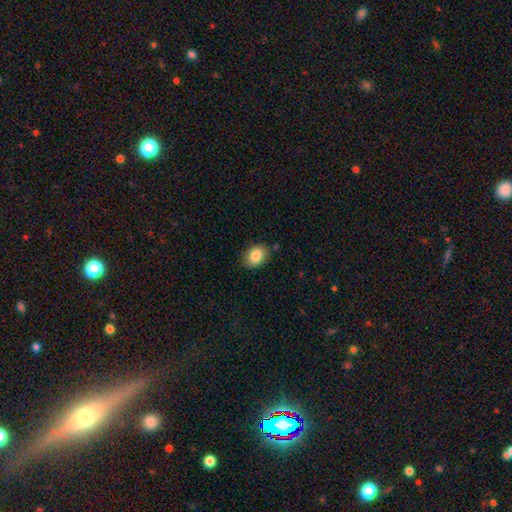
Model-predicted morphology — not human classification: The model was most divided on "how rounded": in between: 69%, round: 30%, cigar-shaped: 1%. More confident: smooth or featured — smooth (86%); merging — none (81%).